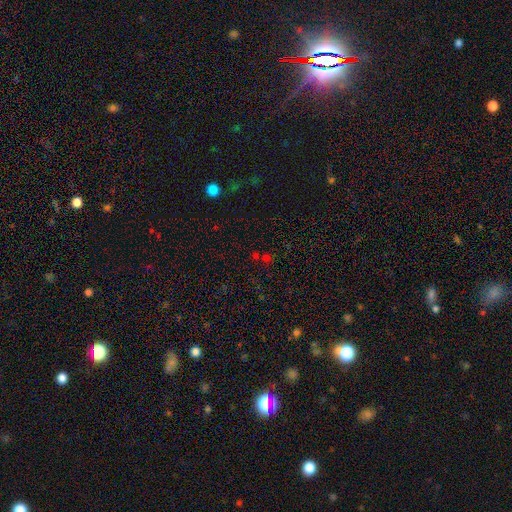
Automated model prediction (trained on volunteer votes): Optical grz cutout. It shows a star or artifact, not a galaxy (52%).